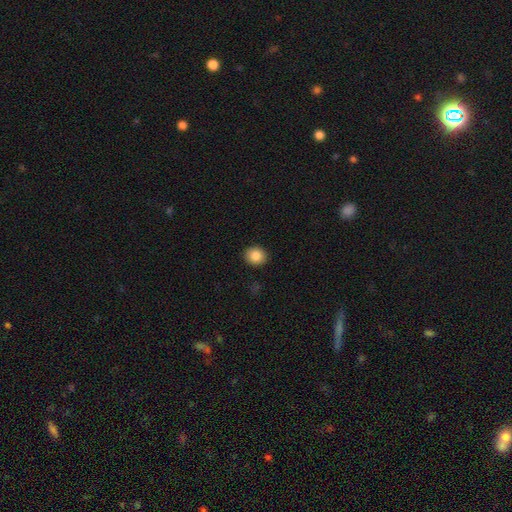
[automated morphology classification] smooth_or_featured: smooth (p=0.86) [alt: star or artifact p=0.09]
how_rounded: round (p=0.72) [alt: in between p=0.27]
merging: none (p=0.91) [alt: minor disturbance p=0.06]